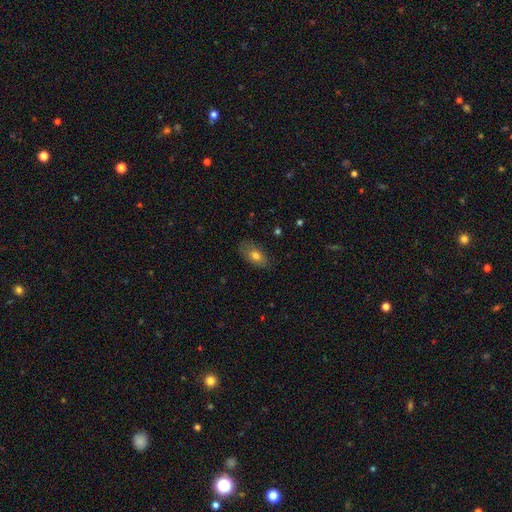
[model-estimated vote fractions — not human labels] The model was most divided on "smooth or featured": smooth: 72%, featured or disk: 20%, star or artifact: 8%. More confident: how rounded — in between (90%); merging — none (77%).